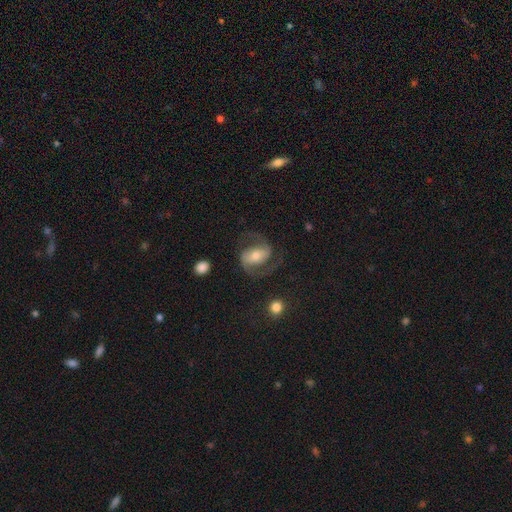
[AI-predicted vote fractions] Smooth or featured: featured or disk — 83% (smooth — 11%)
Edge-on disk: no — 97% (yes — 3%)
Bar: weak — 38% (strong — 36%)
Spiral arms: yes — 96% (no — 4%)
Spiral winding: medium — 59% (loose — 22%)
Spiral arm count: 2 — 93% (can't tell — 2%)
Bulge size: moderate — 55% (small — 31%)
Merging: none — 72% (minor disturbance — 14%)